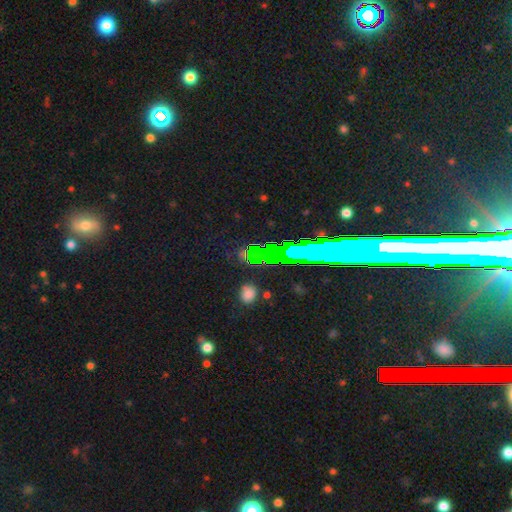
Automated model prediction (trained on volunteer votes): Smooth or featured? Predicted: star or artifact (p=0.44).